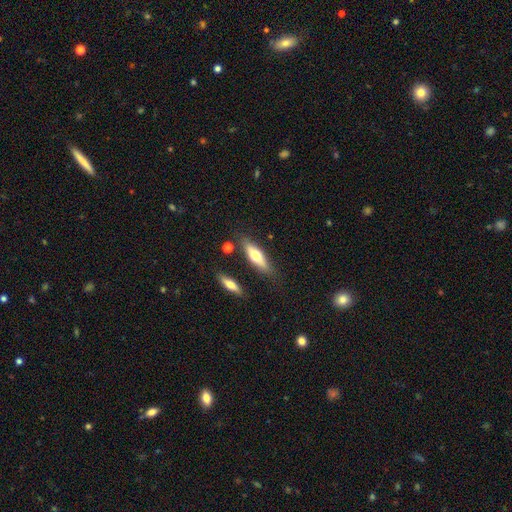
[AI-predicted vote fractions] Smooth or featured? smooth (58%)
How rounded? cigar-shaped (51%)
Merging? none (78%)